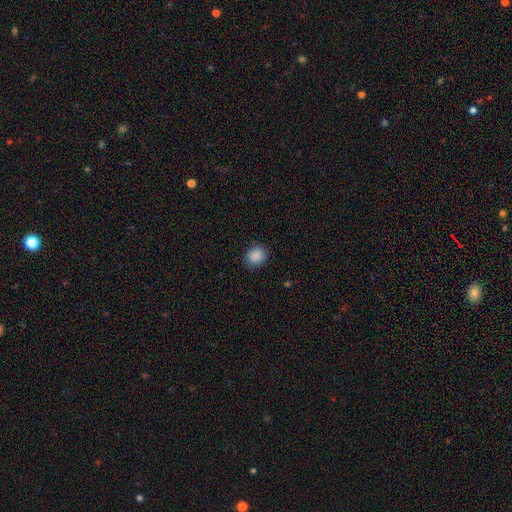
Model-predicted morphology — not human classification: smooth 88%, star or artifact 9%, featured or disk 3%. Down the decision tree: how rounded — round (74%); merging — none (86%).